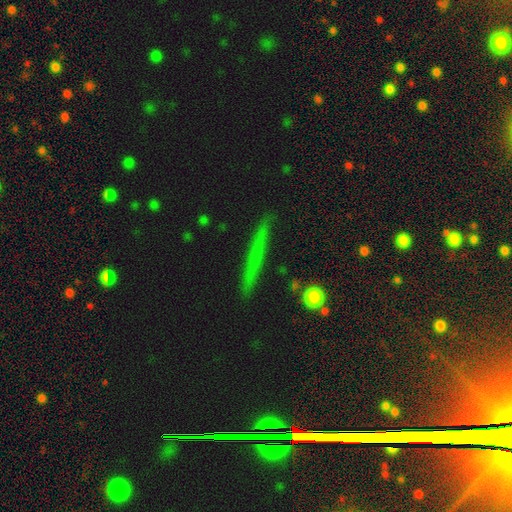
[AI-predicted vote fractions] A smooth galaxy with no disk features (42%).

Vote fractions:
- Smooth or featured? smooth: 42% / featured or disk: 34% / star or artifact: 24%
- Merging? none: 86% / minor disturbance: 10% / major disturbance: 2% / merger: 2%